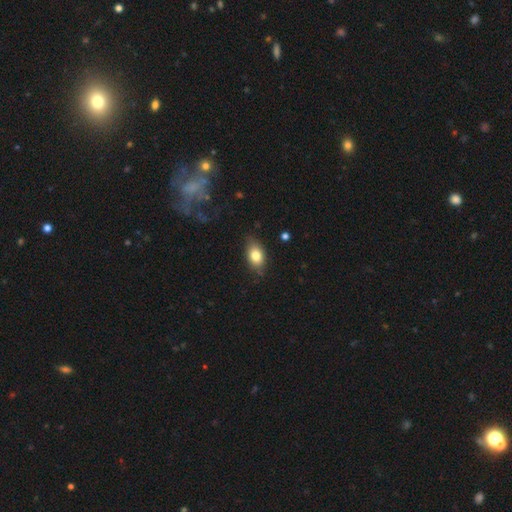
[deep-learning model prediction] Smooth or featured: smooth — 80% (featured or disk — 12%)
How rounded: in between — 84% (round — 14%)
Merging: none — 75% (minor disturbance — 20%)